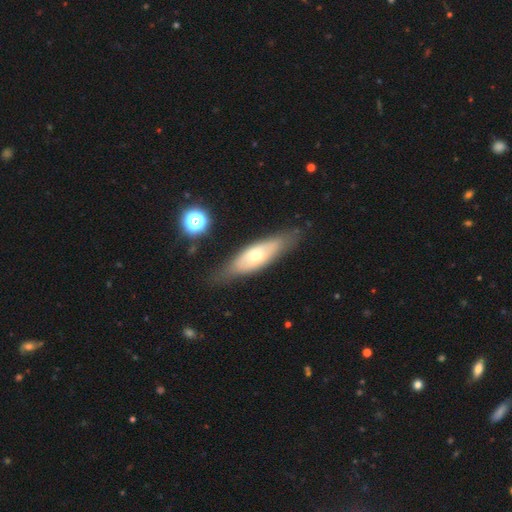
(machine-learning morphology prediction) Smooth or featured?
  - smooth: 49% *
  - featured or disk: 44%
  - star or artifact: 7%
Merging?
  - none: 75% *
  - minor disturbance: 18%
  - major disturbance: 5%
  - merger: 2%